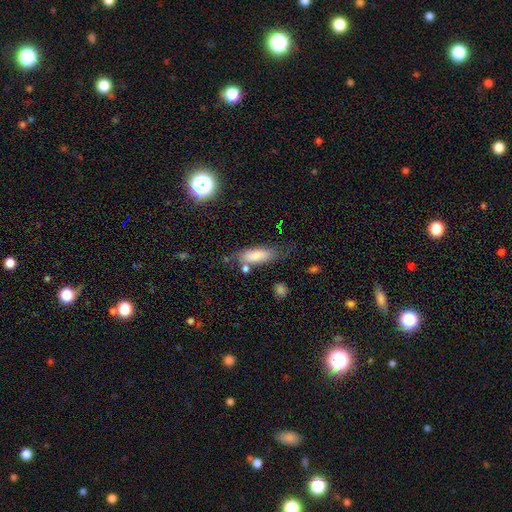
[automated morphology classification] Smooth or featured: smooth — 80% (featured or disk — 12%)
How rounded: in between — 74% (cigar-shaped — 23%)
Merging: none — 58% (minor disturbance — 23%)